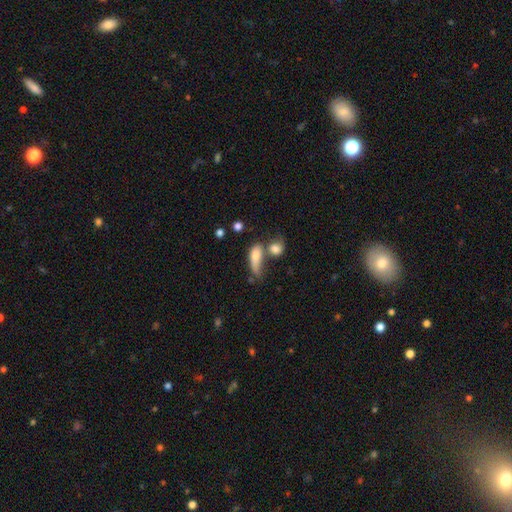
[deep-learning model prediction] Smooth or featured? smooth (72%)
How rounded? in between (63%)
Merging? merger (47%)